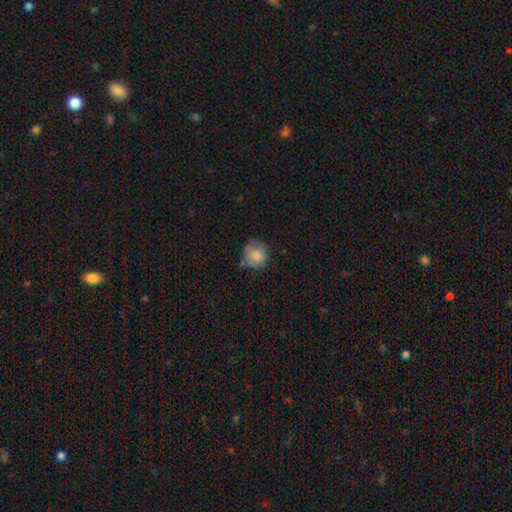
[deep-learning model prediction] smooth-or-featured: smooth: 73% | featured or disk: 19% | star or artifact: 9%
  how-rounded: round: 85% | in between: 14% | cigar-shaped: 1%
  merging: none: 62% | minor disturbance: 27% | major disturbance: 8% | merger: 2%